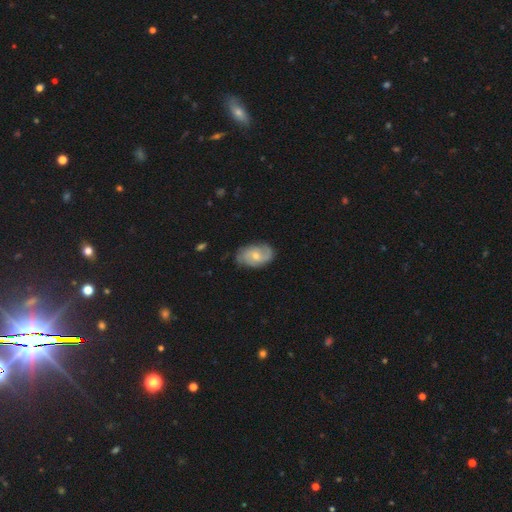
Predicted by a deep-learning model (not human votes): A featured or disk galaxy (60%) with no bar (62%), spiral arms (85%) and a small central bulge (49%). Merging: none (72%).